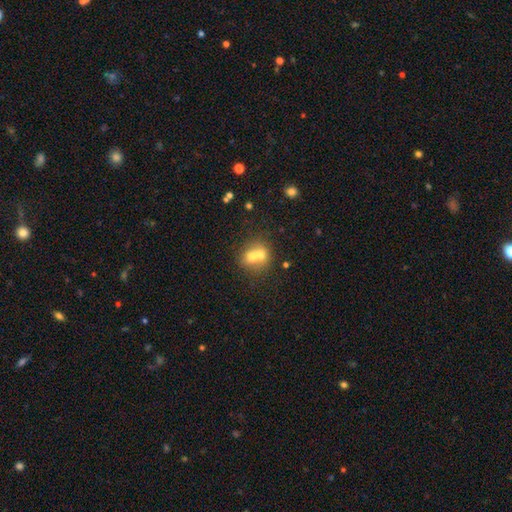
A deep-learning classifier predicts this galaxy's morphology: A smooth galaxy with no disk features (64%) that is round (68%). Merging: merger (63%).